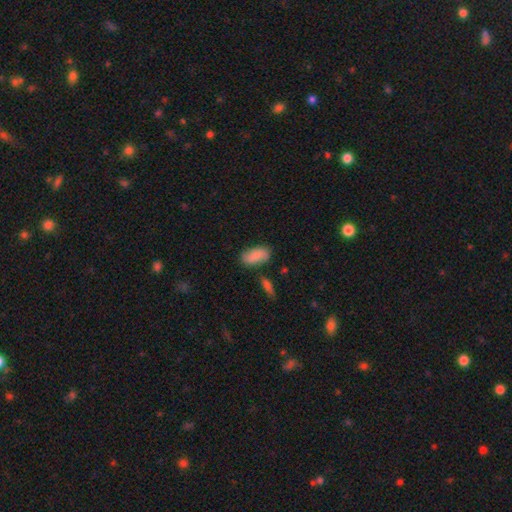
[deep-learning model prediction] Smooth or featured?
  - smooth: 71% *
  - featured or disk: 21%
  - star or artifact: 8%
How rounded?
  - in between: 92% *
  - round: 4%
  - cigar-shaped: 4%
Merging?
  - none: 70% *
  - minor disturbance: 19%
  - merger: 6%
  - major disturbance: 5%